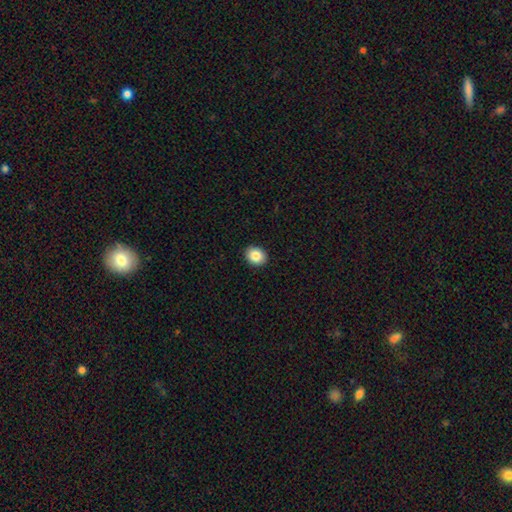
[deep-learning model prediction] smooth-or-featured: smooth: 86% | star or artifact: 9% | featured or disk: 5%
  how-rounded: round: 61% | in between: 39% | cigar-shaped: 1%
  merging: none: 92% | minor disturbance: 6% | major disturbance: 2% | merger: 1%